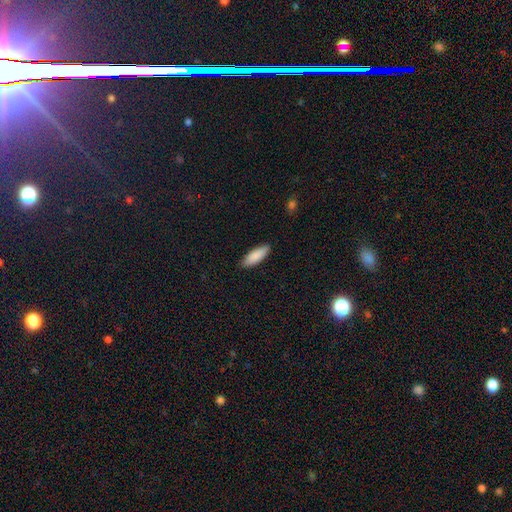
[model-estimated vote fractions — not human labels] Smooth or featured: smooth — 88% (featured or disk — 6%)
How rounded: in between — 57% (cigar-shaped — 42%)
Merging: none — 87% (minor disturbance — 10%)